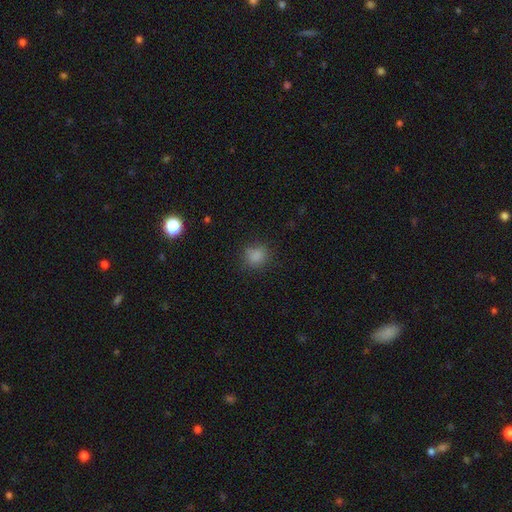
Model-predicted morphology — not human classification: Smooth or featured: smooth — 82% (star or artifact — 13%)
How rounded: round — 76% (in between — 23%)
Merging: none — 79% (minor disturbance — 14%)